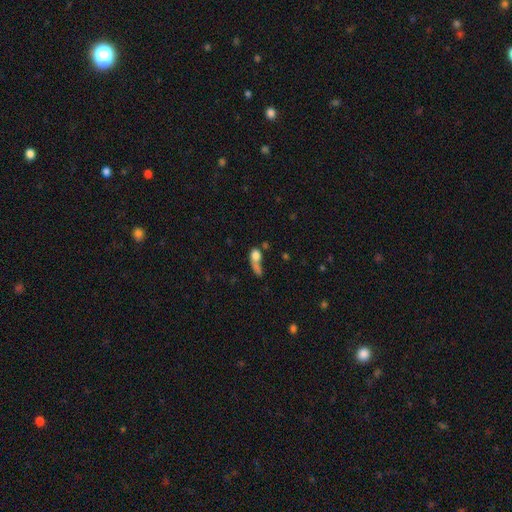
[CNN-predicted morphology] Overall: smooth (66%). How rounded: in between (51%; round 33%). Merging: major disturbance (33%; merger 30%).